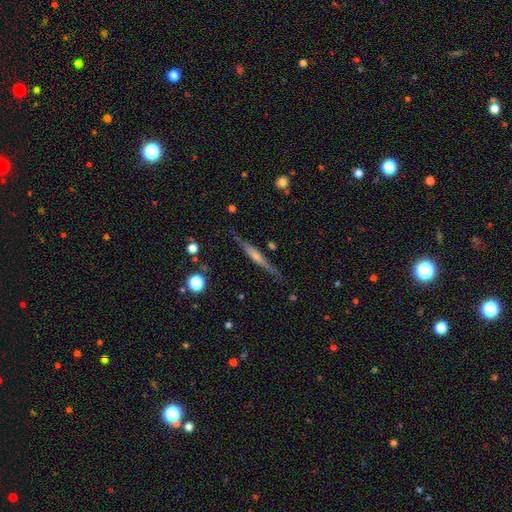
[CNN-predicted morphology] featured or disk 65%, smooth 27%, star or artifact 7%. Down the decision tree: edge-on disk — yes (96%); edge-on bulge — rounded (43%); merging — none (84%).